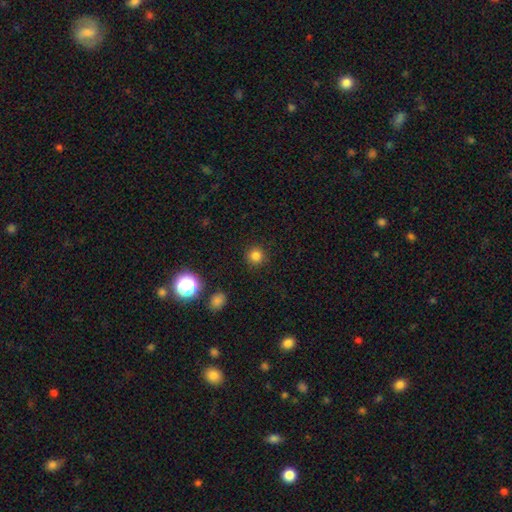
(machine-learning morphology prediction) Q: Smooth or featured?
A: smooth (80%); runner-up: star or artifact (15%)
Q: How rounded?
A: round (94%); runner-up: in between (5%)
Q: Merging?
A: none (91%); runner-up: minor disturbance (6%)